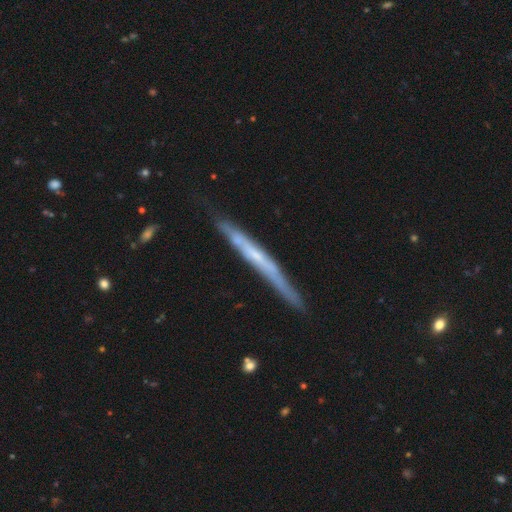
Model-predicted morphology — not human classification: Smooth or featured?
  - featured or disk: 64% *
  - smooth: 30%
  - star or artifact: 6%
Edge-on disk?
  - yes: 93% *
  - no: 7%
Edge-on bulge?
  - none: 77% *
  - rounded: 17%
  - boxy: 6%
Merging?
  - none: 78% *
  - minor disturbance: 17%
  - major disturbance: 3%
  - merger: 2%